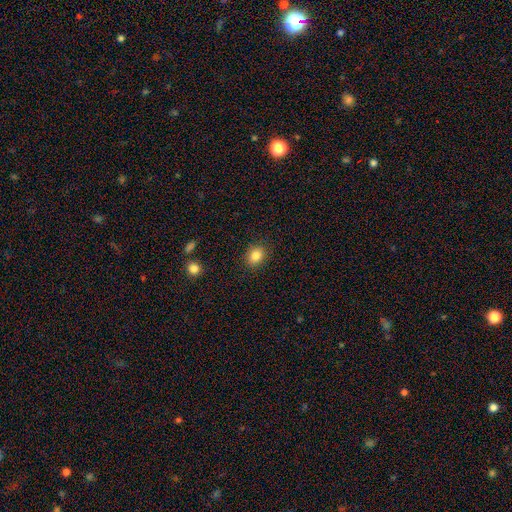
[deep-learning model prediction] The model was most divided on "how rounded" (2-way tie): round: 50%, in between: 50%, cigar-shaped: 1%. More confident: merging — none (89%); smooth or featured — smooth (85%).